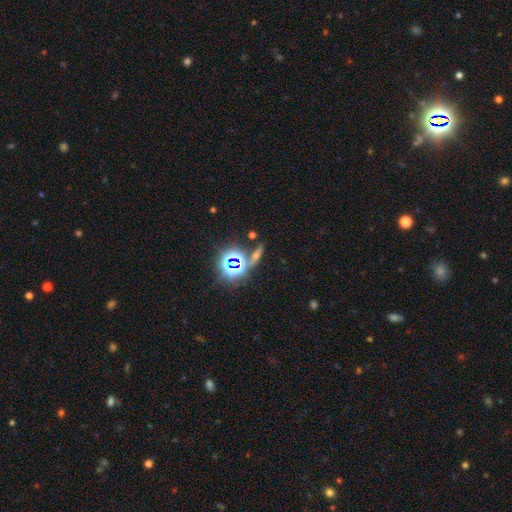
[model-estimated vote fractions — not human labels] smooth_or_featured: star or artifact (p=0.47) [alt: smooth p=0.30]